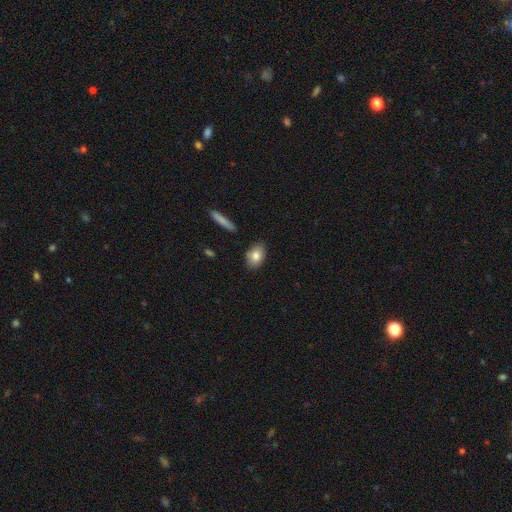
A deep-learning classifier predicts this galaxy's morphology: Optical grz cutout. It shows a smooth galaxy with no disk features (82%) that is in between round and cigar-shaped (81%). Merging: none (86%).